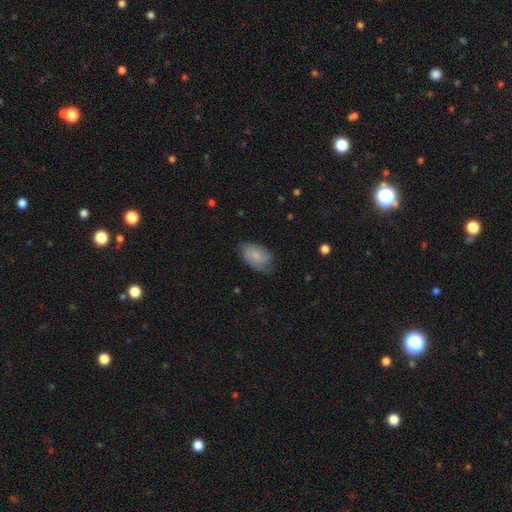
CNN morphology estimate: Q: Smooth or featured?
A: smooth (75%); runner-up: featured or disk (19%)
Q: How rounded?
A: in between (91%); runner-up: round (7%)
Q: Merging?
A: none (63%); runner-up: minor disturbance (28%)